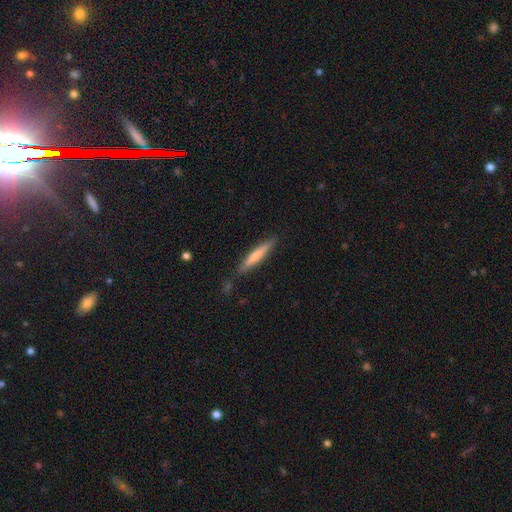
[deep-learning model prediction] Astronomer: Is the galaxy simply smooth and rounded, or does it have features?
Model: smooth — 66%.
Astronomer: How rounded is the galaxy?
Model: cigar-shaped — 92%.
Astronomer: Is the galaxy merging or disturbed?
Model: none — 85%.